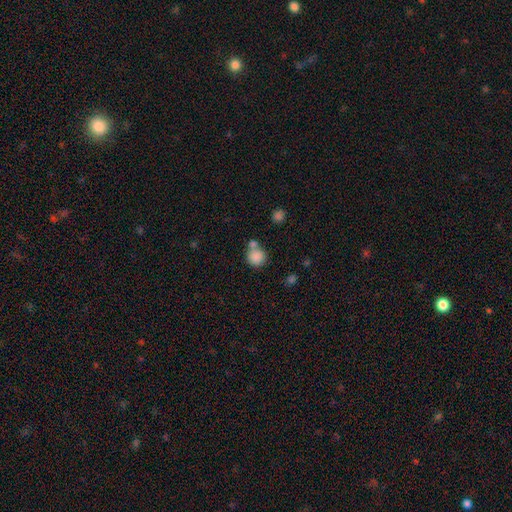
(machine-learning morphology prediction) Smooth or featured? smooth (85%)
How rounded? round (88%)
Merging? none (54%)